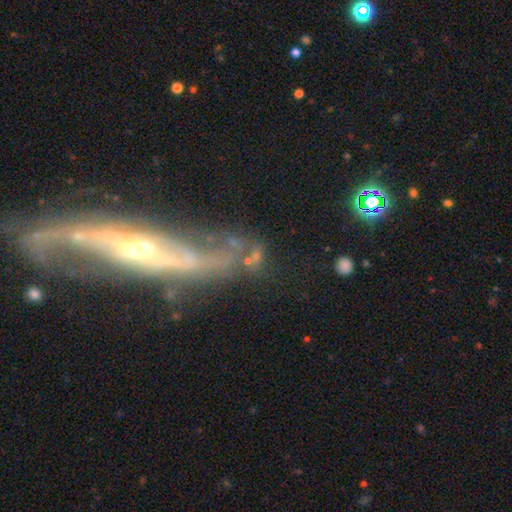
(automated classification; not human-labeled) Smooth or featured?
  - featured or disk: 41% *
  - smooth: 33%
  - star or artifact: 27%
Merging?
  - none: 42% *
  - major disturbance: 26%
  - minor disturbance: 17%
  - merger: 15%